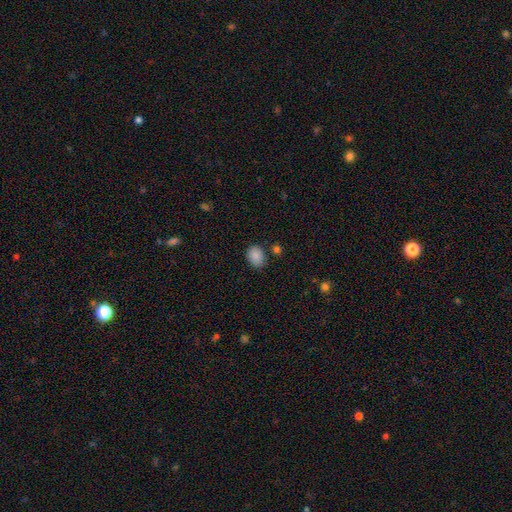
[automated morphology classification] A smooth galaxy with no disk features (88%) that is in between round and cigar-shaped (61%). Merging: none (77%).